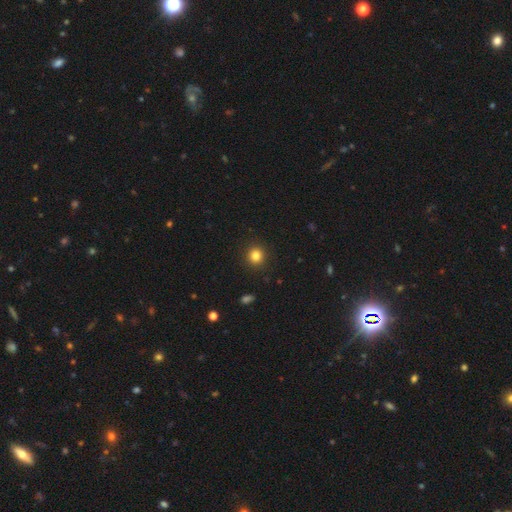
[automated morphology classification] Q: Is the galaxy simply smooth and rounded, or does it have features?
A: smooth — 83%.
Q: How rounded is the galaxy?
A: round — 92%.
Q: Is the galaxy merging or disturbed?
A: none — 92%.